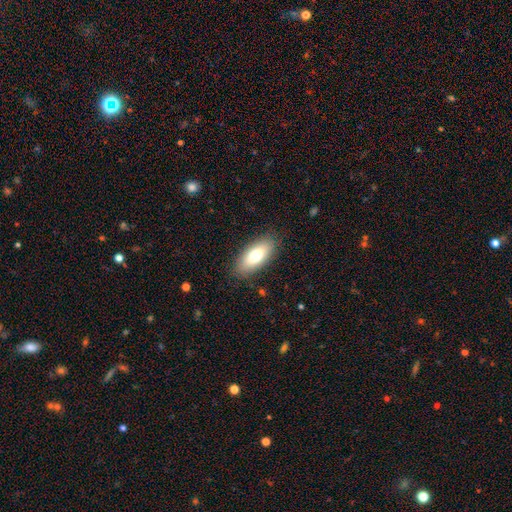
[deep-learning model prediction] A smooth galaxy with no disk features (72%) that is in between round and cigar-shaped (83%). Merging: none (86%).